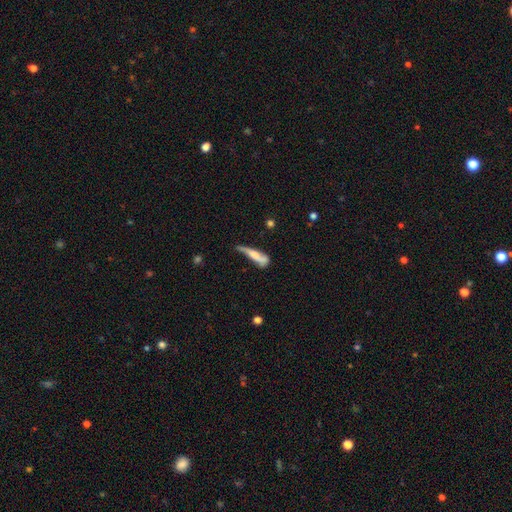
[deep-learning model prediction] Smooth or featured? smooth (58%)
How rounded? cigar-shaped (78%)
Merging? minor disturbance (32%, tied with none)